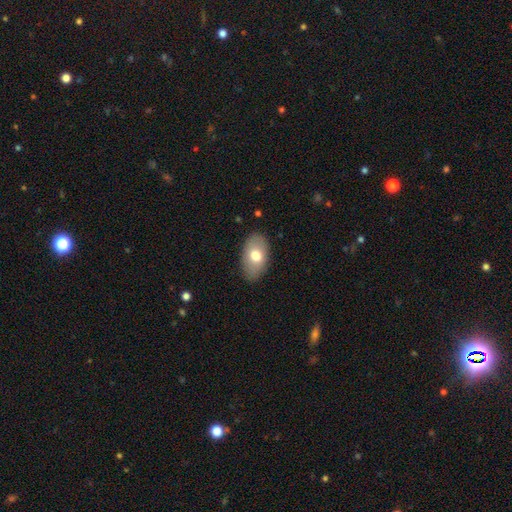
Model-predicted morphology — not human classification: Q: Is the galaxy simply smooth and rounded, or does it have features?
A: smooth — 72%.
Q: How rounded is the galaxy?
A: in between — 92%.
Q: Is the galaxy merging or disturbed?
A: none — 85%.